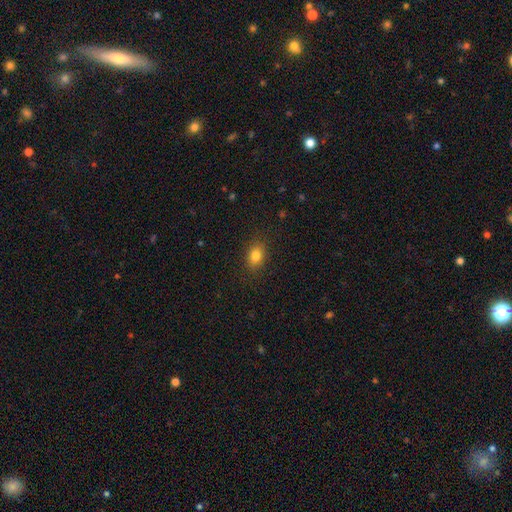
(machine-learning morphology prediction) Q: Smooth or featured?
A: smooth (82%); runner-up: star or artifact (11%)
Q: How rounded?
A: in between (69%); runner-up: round (29%)
Q: Merging?
A: none (87%); runner-up: minor disturbance (10%)